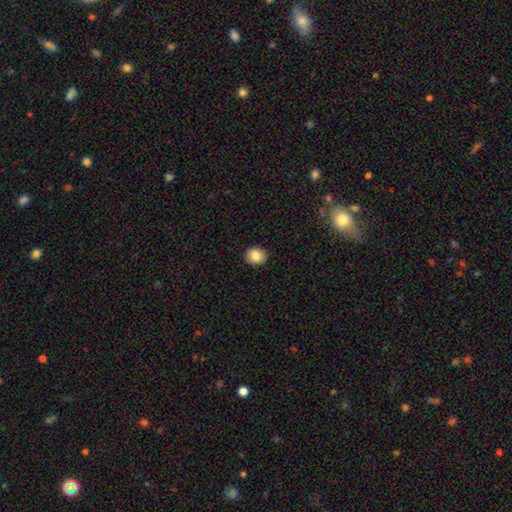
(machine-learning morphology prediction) This appears to be a smooth galaxy with no disk features (86%) that is round (75%). Merging: none (91%).